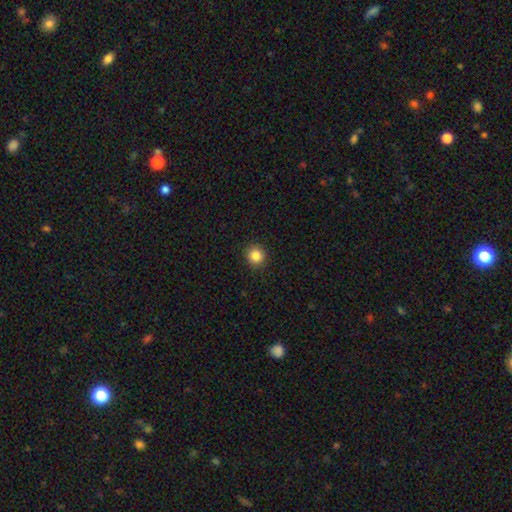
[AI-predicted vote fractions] A smooth galaxy with no disk features (85%) that is round (93%). Merging: none (92%).